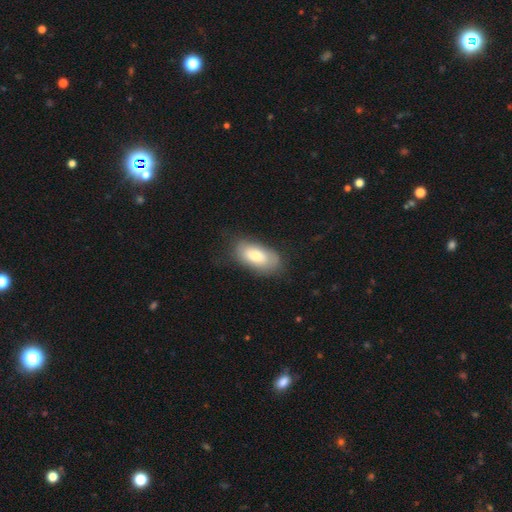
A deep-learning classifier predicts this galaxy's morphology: smooth-or-featured: smooth: 76% | featured or disk: 17% | star or artifact: 6%
  how-rounded: in between: 92% | cigar-shaped: 5% | round: 3%
  merging: none: 73% | minor disturbance: 20% | major disturbance: 6% | merger: 1%